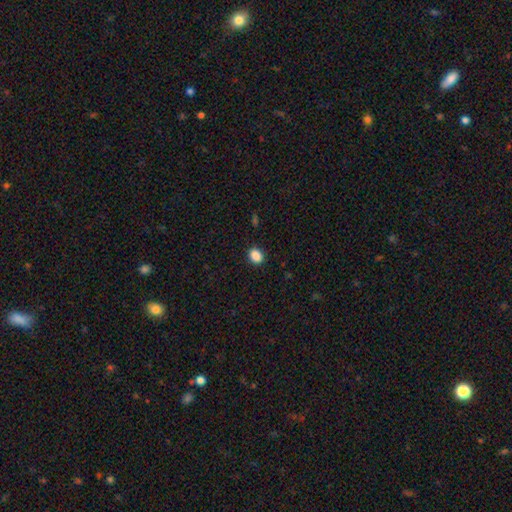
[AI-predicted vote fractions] smooth-or-featured: smooth: 88% | star or artifact: 9% | featured or disk: 3%
  how-rounded: in between: 54% | round: 45% | cigar-shaped: 1%
  merging: none: 90% | minor disturbance: 7% | major disturbance: 2% | merger: 1%